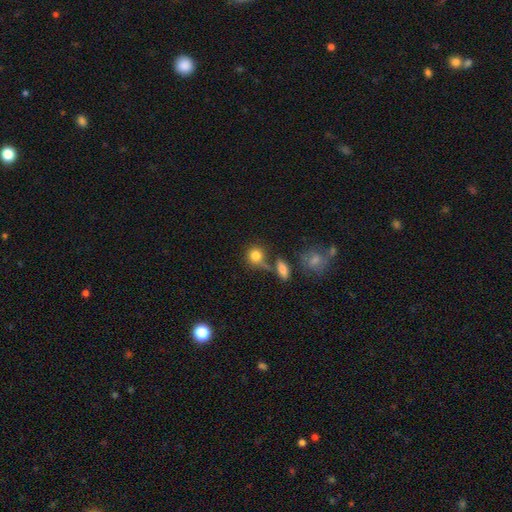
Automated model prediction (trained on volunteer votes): Morphology: type=smooth (81%); roundness=round (79%); merging=none (55%).